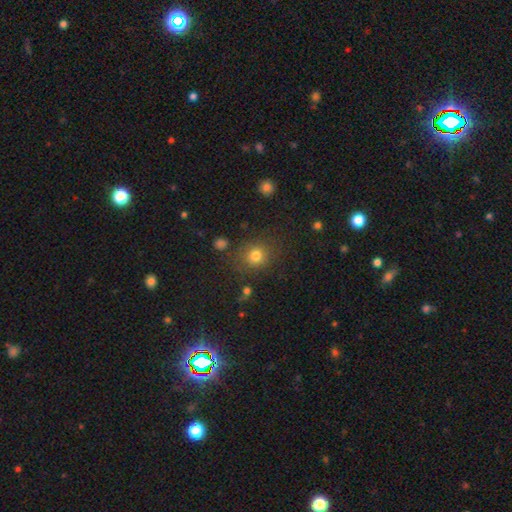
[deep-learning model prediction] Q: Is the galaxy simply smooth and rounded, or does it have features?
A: smooth — 77%.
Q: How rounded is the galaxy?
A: round — 84%.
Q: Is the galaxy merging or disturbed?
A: none — 81%.